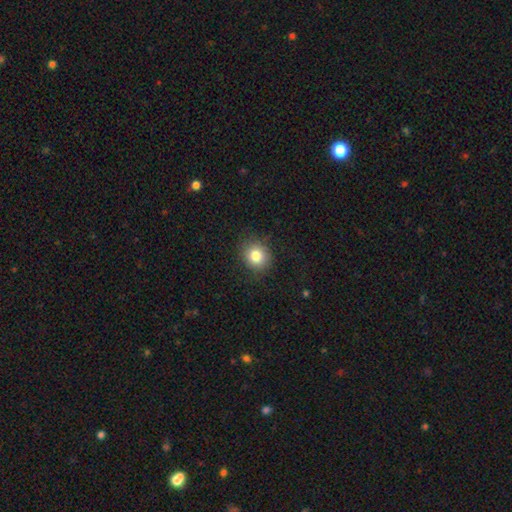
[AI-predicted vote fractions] Overall: smooth (82%). How rounded: round (78%). Merging: none (85%).